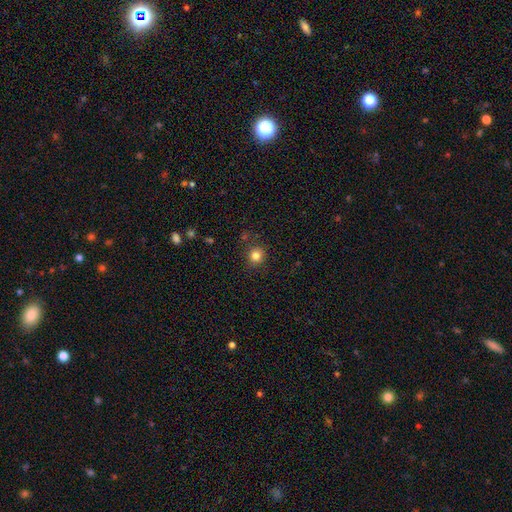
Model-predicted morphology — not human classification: The model was most divided on "smooth or featured": smooth: 82%, star or artifact: 13%, featured or disk: 5%. More confident: how rounded — round (89%); merging — none (84%).